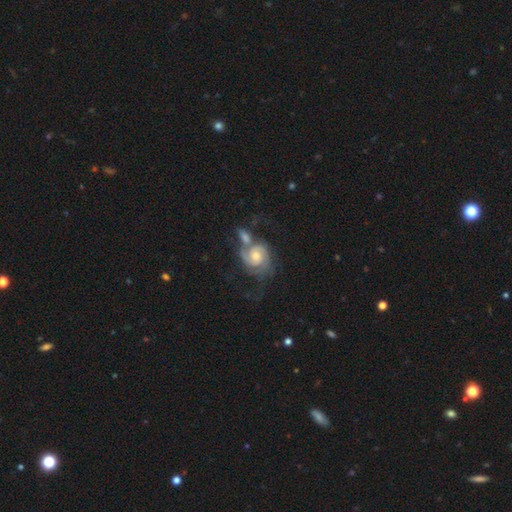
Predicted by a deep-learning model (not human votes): A featured or disk galaxy (82%) with no bar (68%), 2 (73%) tight (51%) spiral arms (95%) and a moderate central bulge (61%).

Vote fractions:
- Smooth or featured? featured or disk: 82% / smooth: 12% / star or artifact: 6%
- Edge-on disk? no: 98% / yes: 2%
- Bar? no: 68% / weak: 28% / strong: 5%
- Spiral arms? yes: 95% / no: 5%
- Spiral winding? tight: 51% / medium: 38% / loose: 11%
- Spiral arm count? 2: 73% / can't tell: 11% / 3: 8% / 1: 4% / 4: 2% / more than 4: 2%
- Bulge size? moderate: 61% / small: 26% / large: 9% / none: 3% / dominant: 1%
- Merging? merger: 40% / none: 32% / minor disturbance: 14% / major disturbance: 14%